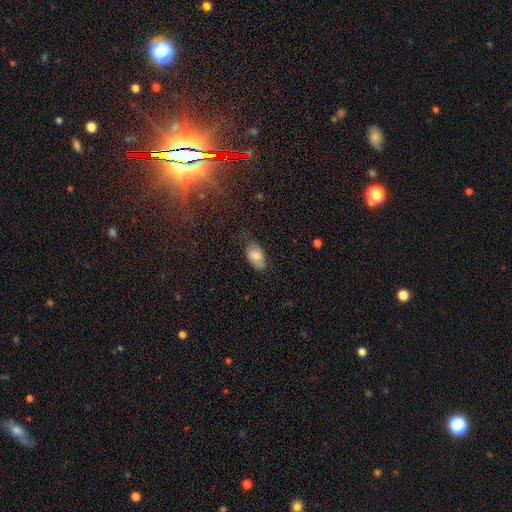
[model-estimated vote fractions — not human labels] Overall: smooth (79%). How rounded: in between (94%). Merging: none (77%).